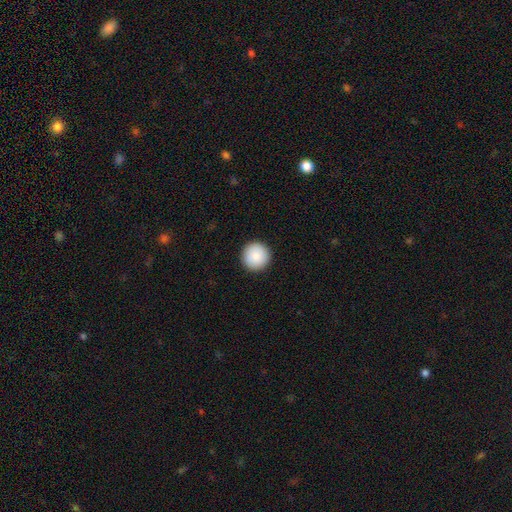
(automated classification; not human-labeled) This appears to be a smooth galaxy with no disk features (88%) that is round (96%). Merging: none (93%).